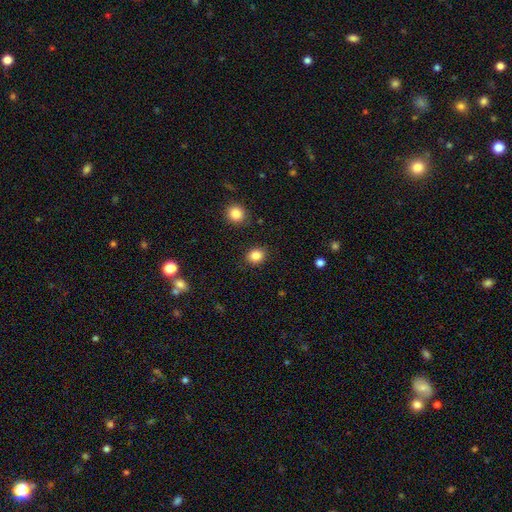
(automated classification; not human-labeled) smooth-or-featured: smooth: 85% | star or artifact: 10% | featured or disk: 5%
  how-rounded: round: 67% | in between: 32% | cigar-shaped: 1%
  merging: none: 89% | minor disturbance: 7% | major disturbance: 2% | merger: 2%